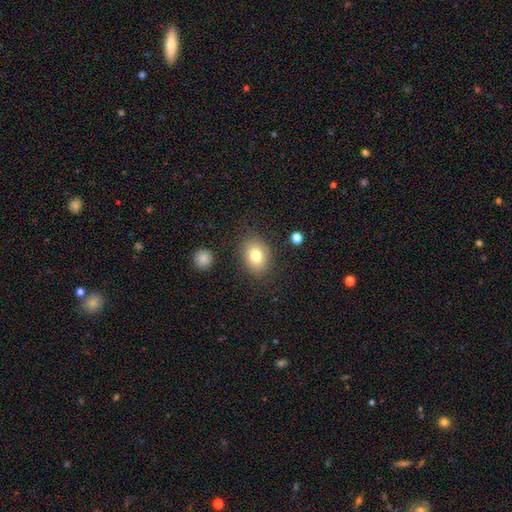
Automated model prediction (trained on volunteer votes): Smooth or featured: smooth — 77% (featured or disk — 13%)
How rounded: in between — 66% (round — 33%)
Merging: none — 81% (minor disturbance — 13%)